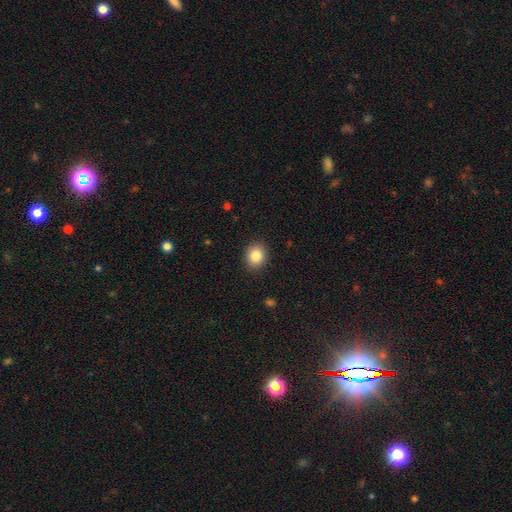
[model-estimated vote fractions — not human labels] smooth_or_featured: smooth (p=0.85) [alt: star or artifact p=0.09]
how_rounded: round (p=0.69) [alt: in between p=0.30]
merging: none (p=0.90) [alt: minor disturbance p=0.07]